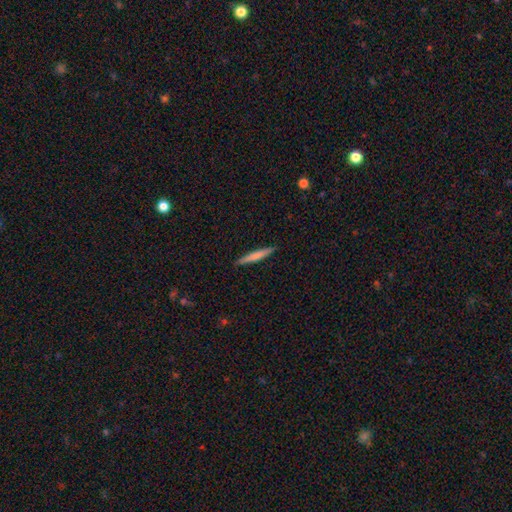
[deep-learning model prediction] Smooth or featured? smooth (68%)
How rounded? cigar-shaped (95%)
Merging? none (91%)